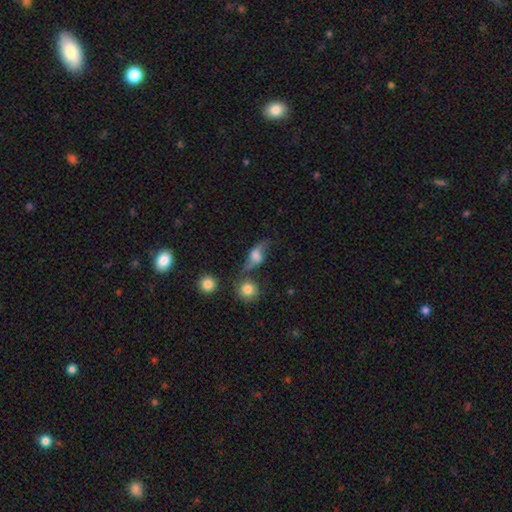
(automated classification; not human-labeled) This appears to be a featured or disk galaxy (50%). Merging: none (49%).